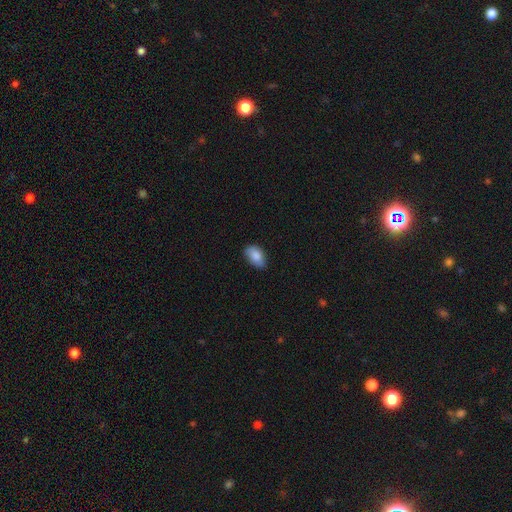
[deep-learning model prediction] This appears to be a smooth galaxy with no disk features (85%) that is in between round and cigar-shaped (92%). Merging: none (77%).